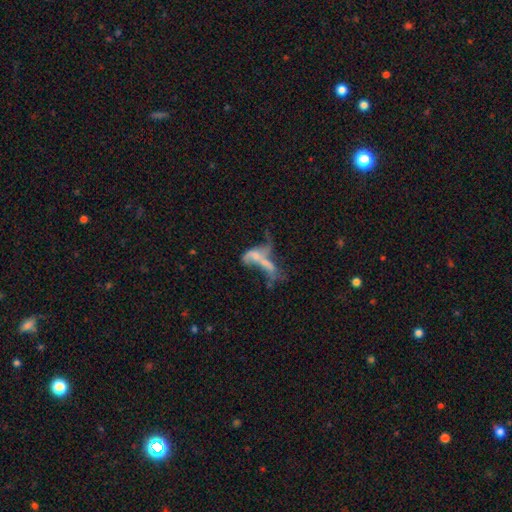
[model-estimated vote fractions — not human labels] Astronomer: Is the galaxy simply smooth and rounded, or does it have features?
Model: featured or disk — 59%.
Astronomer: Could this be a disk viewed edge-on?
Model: no — 90%.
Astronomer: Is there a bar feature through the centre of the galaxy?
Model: no — 71%.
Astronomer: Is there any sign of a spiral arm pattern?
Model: no — 66%.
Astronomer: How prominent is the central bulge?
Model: none — 46% (runner-up: small, 31%).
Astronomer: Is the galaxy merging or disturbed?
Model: merger — 51% (runner-up: major disturbance, 28%).